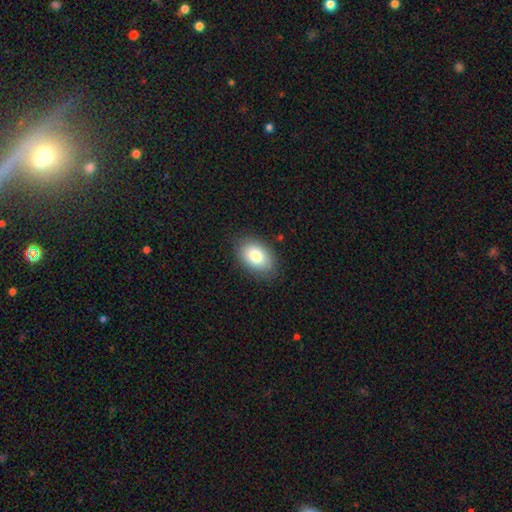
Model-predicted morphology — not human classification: Q: Smooth or featured?
A: smooth (79%); runner-up: featured or disk (13%)
Q: How rounded?
A: in between (84%); runner-up: round (15%)
Q: Merging?
A: none (84%); runner-up: minor disturbance (12%)